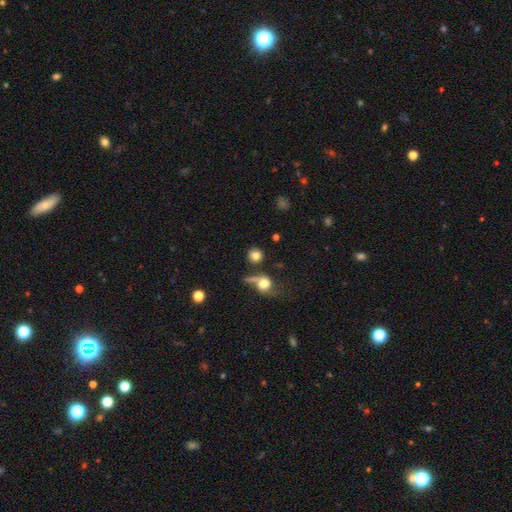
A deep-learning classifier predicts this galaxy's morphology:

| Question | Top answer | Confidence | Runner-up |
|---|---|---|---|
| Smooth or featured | smooth | 78% | featured or disk (11%) |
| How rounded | round | 91% | in between (8%) |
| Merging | none | 67% | merger (16%) |